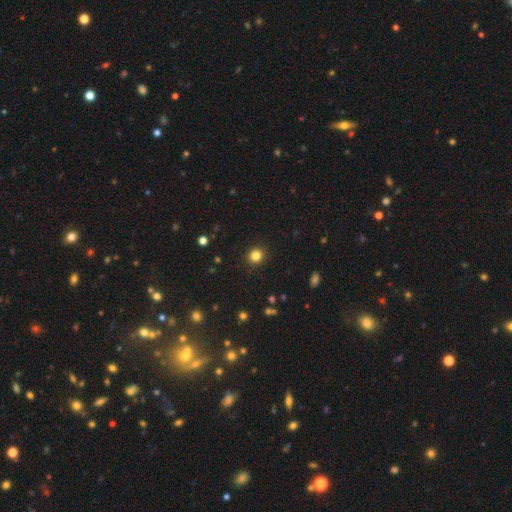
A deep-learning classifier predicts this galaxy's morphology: Smooth or featured?
  - smooth: 83% *
  - star or artifact: 12%
  - featured or disk: 4%
How rounded?
  - round: 86% *
  - in between: 13%
  - cigar-shaped: 1%
Merging?
  - none: 92% *
  - minor disturbance: 5%
  - major disturbance: 2%
  - merger: 1%